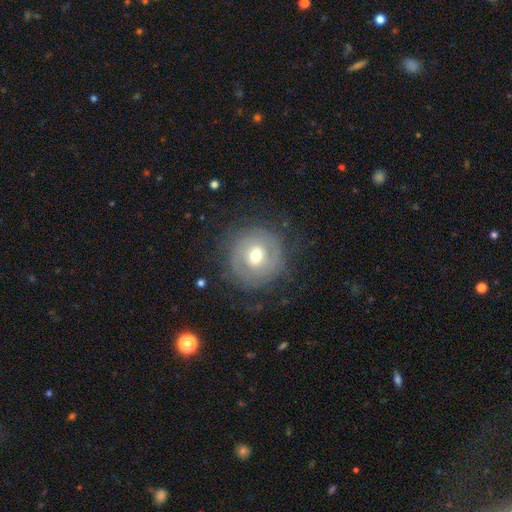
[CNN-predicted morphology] Smooth or featured?
  - featured or disk: 61% *
  - smooth: 30%
  - star or artifact: 8%
Edge-on disk?
  - no: 96% *
  - yes: 4%
Bar?
  - no: 53% *
  - weak: 36%
  - strong: 11%
Spiral arms?
  - yes: 64% *
  - no: 36%
Bulge size?
  - moderate: 69% *
  - small: 24%
  - large: 5%
  - dominant: 1%
  - none: 1%
Merging?
  - none: 76% *
  - minor disturbance: 15%
  - major disturbance: 8%
  - merger: 1%